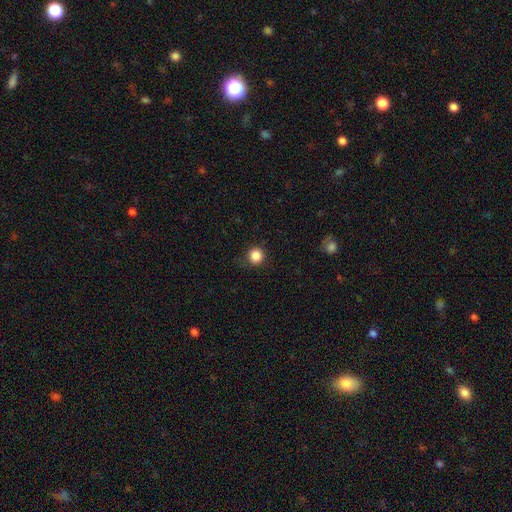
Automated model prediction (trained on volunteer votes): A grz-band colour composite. It shows a smooth galaxy with no disk features (86%) that is round (94%). Merging: none (84%).